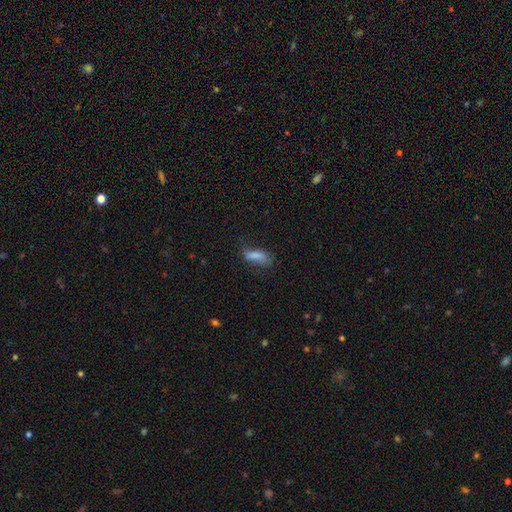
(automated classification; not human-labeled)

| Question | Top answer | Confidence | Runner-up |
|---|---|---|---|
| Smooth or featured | smooth | 76% | featured or disk (16%) |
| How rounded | in between | 64% | cigar-shaped (33%) |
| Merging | none | 51% | minor disturbance (31%) |